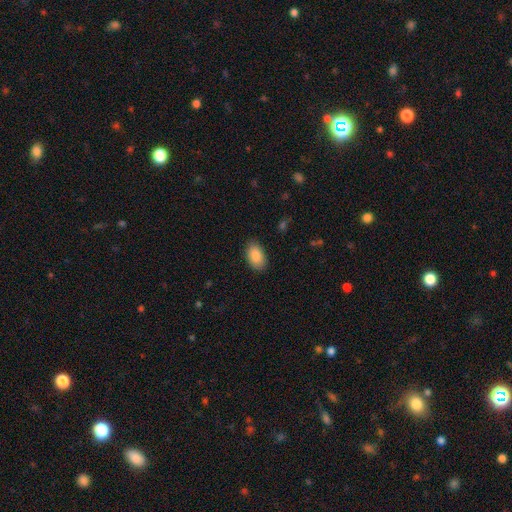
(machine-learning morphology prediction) The model was most divided on "merging": none: 86%, minor disturbance: 11%, major disturbance: 2%, merger: 1%. More confident: how rounded — in between (93%); smooth or featured — smooth (88%).